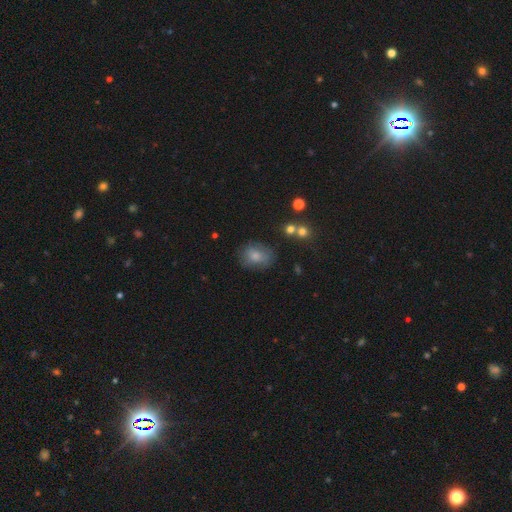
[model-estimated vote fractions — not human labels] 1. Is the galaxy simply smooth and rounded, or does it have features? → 76% smooth, 15% featured or disk, 9% star or artifact.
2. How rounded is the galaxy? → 61% in between, 38% round, 1% cigar-shaped.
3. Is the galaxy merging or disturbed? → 65% none, 23% minor disturbance, 8% major disturbance, 3% merger.